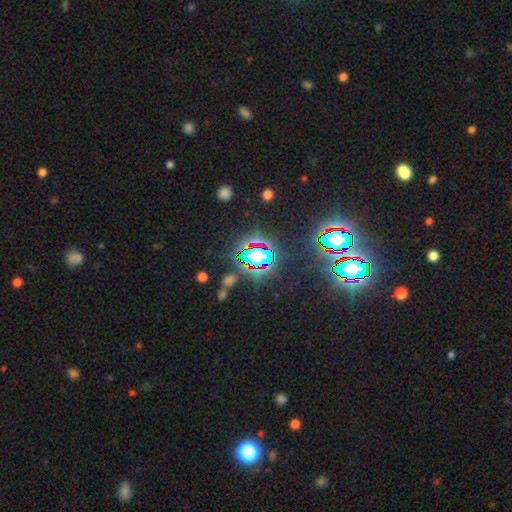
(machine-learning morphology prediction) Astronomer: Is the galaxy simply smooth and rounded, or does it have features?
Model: star or artifact — 73%.